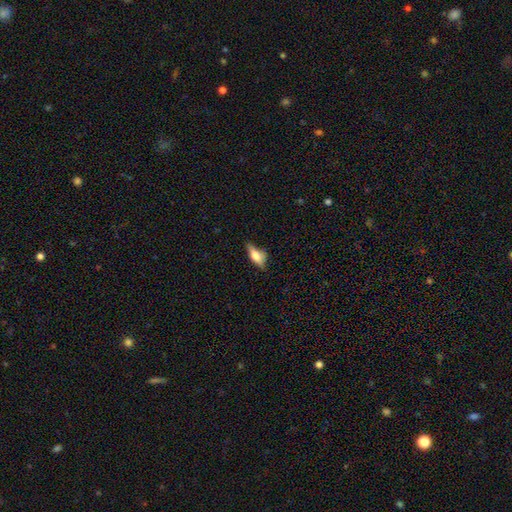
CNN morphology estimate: This appears to be a smooth galaxy with no disk features (59%) that is in between round and cigar-shaped (72%). Merging: none (55%).